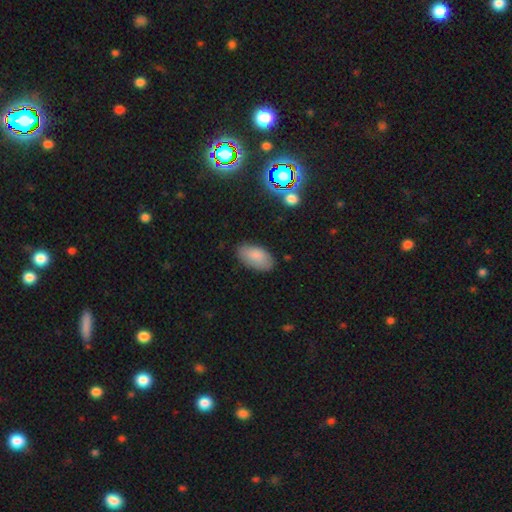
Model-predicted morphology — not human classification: A smooth galaxy with no disk features (84%) that is in between round and cigar-shaped (95%).

Vote fractions:
- Smooth or featured? smooth: 84% / featured or disk: 9% / star or artifact: 8%
- How rounded? in between: 95% / round: 3% / cigar-shaped: 2%
- Merging? none: 82% / minor disturbance: 14% / major disturbance: 3% / merger: 1%